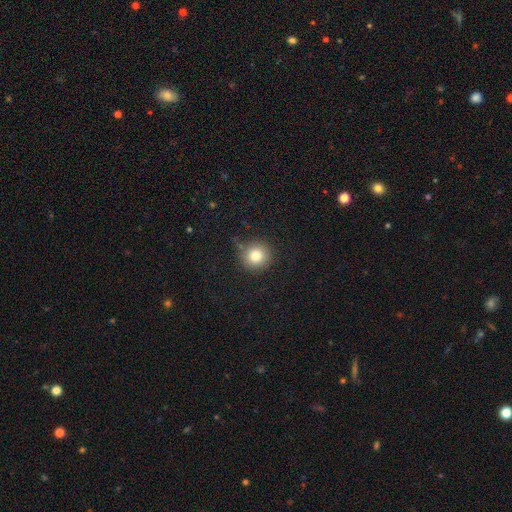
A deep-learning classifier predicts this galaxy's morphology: Smooth or featured? Predicted: smooth (p=0.81). How rounded? Predicted: round (p=0.94). Merging? Predicted: none (p=0.82).